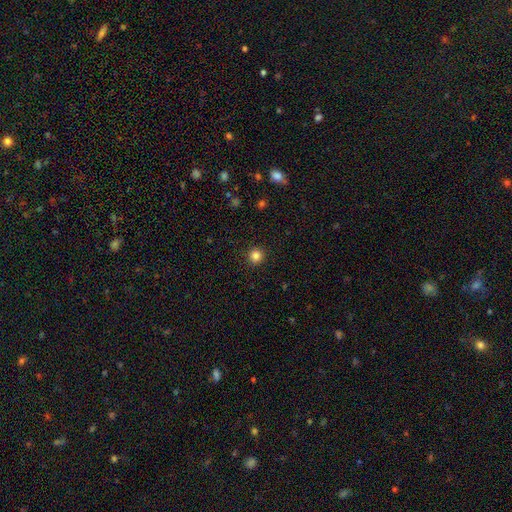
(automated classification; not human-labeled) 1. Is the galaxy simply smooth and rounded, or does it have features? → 84% smooth, 12% star or artifact, 4% featured or disk.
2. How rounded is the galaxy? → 95% round, 4% in between, 1% cigar-shaped.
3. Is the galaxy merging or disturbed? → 92% none, 5% minor disturbance, 2% major disturbance, 1% merger.